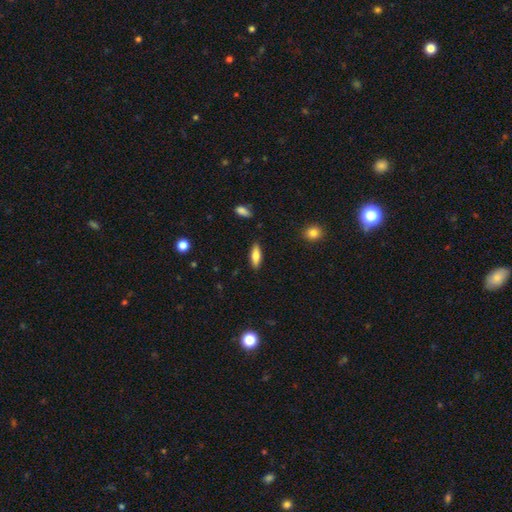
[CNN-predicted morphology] Overall: smooth (75%). How rounded: in between (53%; cigar-shaped 45%). Merging: none (87%).